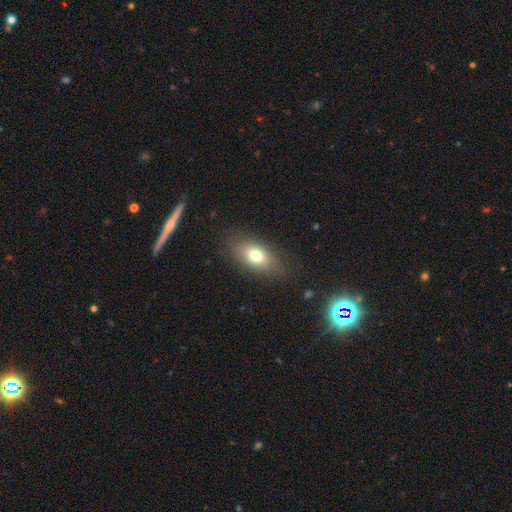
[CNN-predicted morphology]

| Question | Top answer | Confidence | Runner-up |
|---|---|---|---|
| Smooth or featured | smooth | 74% | featured or disk (17%) |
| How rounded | in between | 84% | round (8%) |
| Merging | none | 82% | minor disturbance (12%) |